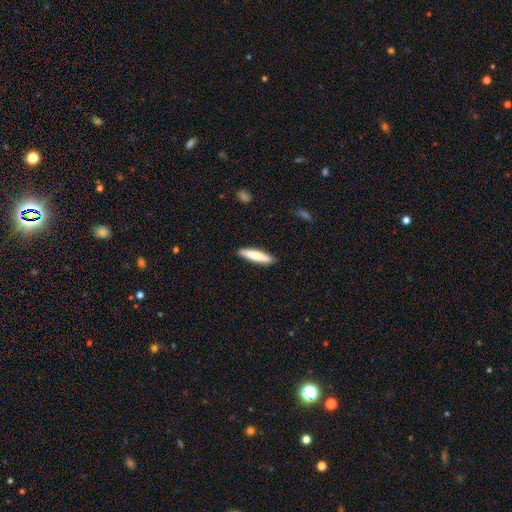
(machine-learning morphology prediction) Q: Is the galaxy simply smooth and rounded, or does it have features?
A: smooth — 77%.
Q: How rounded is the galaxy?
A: cigar-shaped — 82%.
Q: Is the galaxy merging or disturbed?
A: none — 89%.